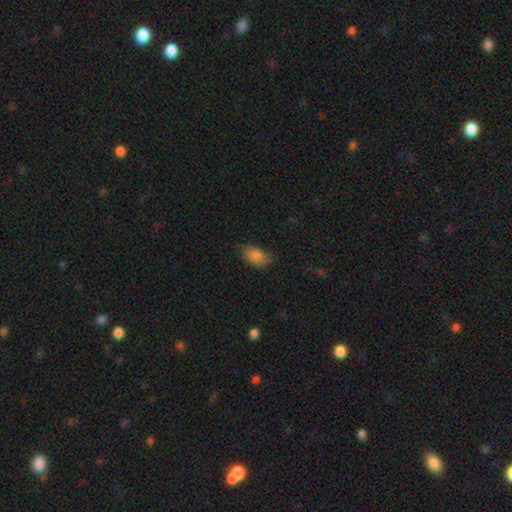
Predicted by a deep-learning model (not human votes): Smooth or featured? Predicted: smooth (p=0.84). How rounded? Predicted: in between (p=0.89). Merging? Predicted: none (p=0.73).